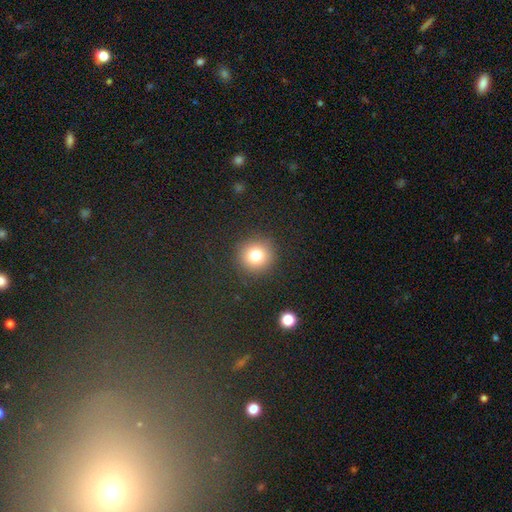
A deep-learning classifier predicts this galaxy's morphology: Smooth or featured?
  - smooth: 77% *
  - star or artifact: 14%
  - featured or disk: 9%
How rounded?
  - round: 93% *
  - in between: 6%
  - cigar-shaped: 1%
Merging?
  - none: 90% *
  - minor disturbance: 6%
  - major disturbance: 3%
  - merger: 1%